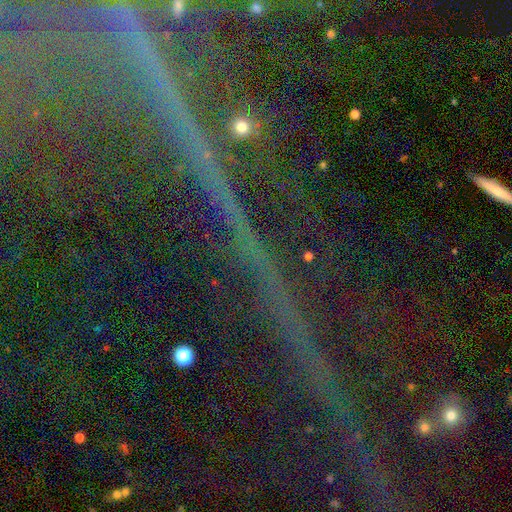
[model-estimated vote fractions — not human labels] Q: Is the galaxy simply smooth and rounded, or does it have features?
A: star or artifact — 85%.